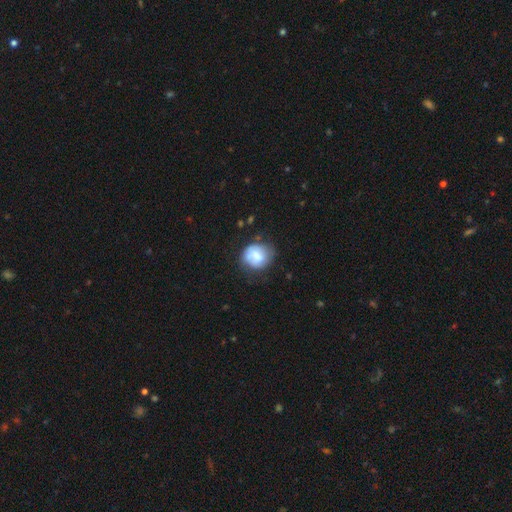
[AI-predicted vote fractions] A smooth galaxy with no disk features (70%) that is round (72%).

Vote fractions:
- Smooth or featured? smooth: 70% / featured or disk: 22% / star or artifact: 8%
- How rounded? round: 72% / in between: 27% / cigar-shaped: 1%
- Merging? none: 61% / minor disturbance: 27% / major disturbance: 9% / merger: 2%